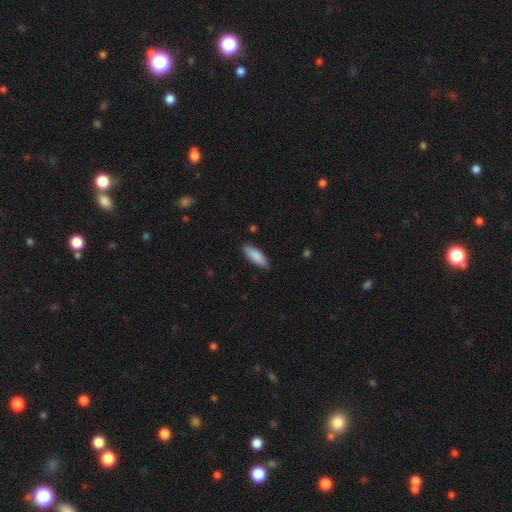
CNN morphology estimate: This appears to be a smooth galaxy with no disk features (88%) that is in between round and cigar-shaped (60%). Merging: none (86%).